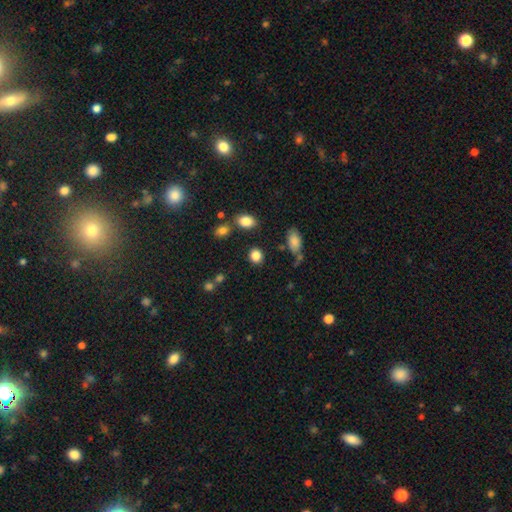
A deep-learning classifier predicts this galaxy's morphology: This is clearly a smooth galaxy (84%). How rounded: likely round (73%). Merging: clearly none (81%).